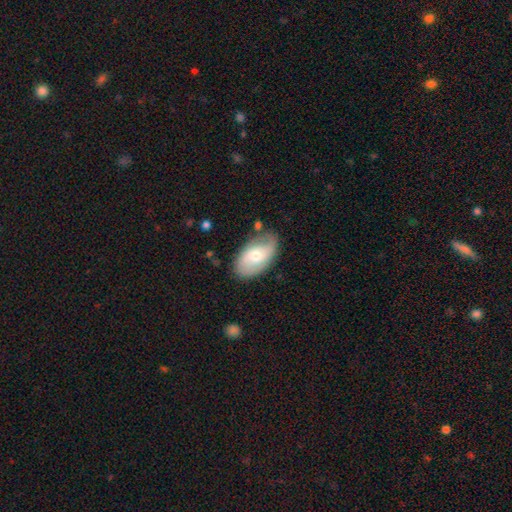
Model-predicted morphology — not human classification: type=featured or disk (49%); merging=none (73%).